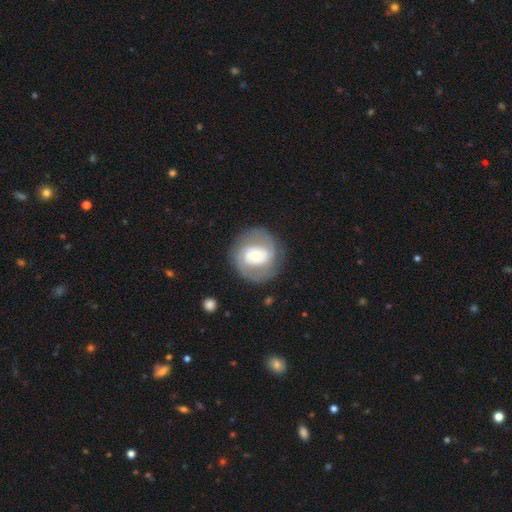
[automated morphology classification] smooth-or-featured: featured or disk: 66% | smooth: 28% | star or artifact: 6%
  disk-edge-on: no: 97% | yes: 3%
    bar: no: 56% | weak: 31% | strong: 13%
    has-spiral-arms: yes: 73% | no: 27%
    bulge-size: moderate: 57% | small: 27% | large: 13% | dominant: 2% | none: 1%
  merging: none: 79% | minor disturbance: 12% | major disturbance: 8% | merger: 1%